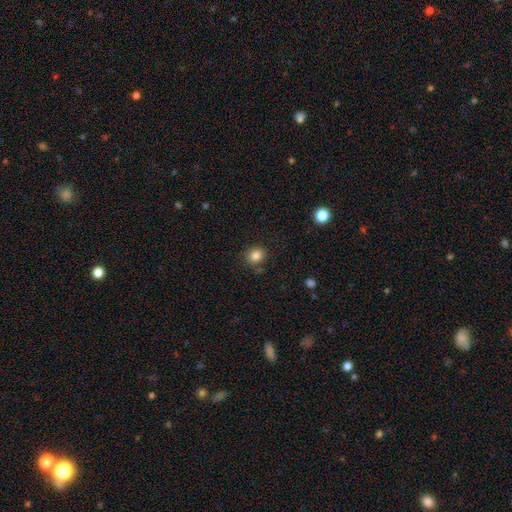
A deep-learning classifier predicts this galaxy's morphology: smooth_or_featured: smooth (p=0.83) [alt: star or artifact p=0.11]
how_rounded: round (p=0.73) [alt: in between p=0.26]
merging: none (p=0.83) [alt: minor disturbance p=0.10]